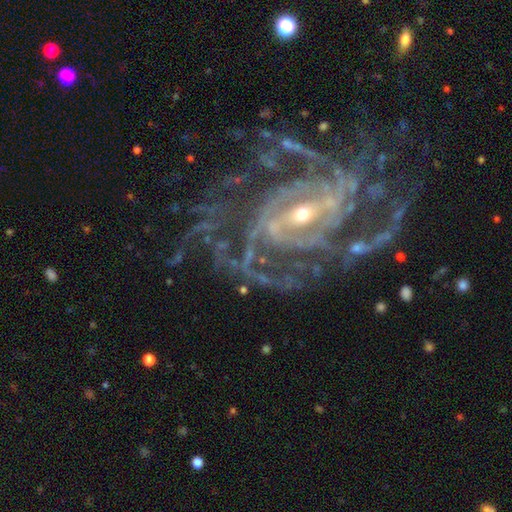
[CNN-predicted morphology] Smooth or featured: featured or disk — 91% (star or artifact — 6%)
Edge-on disk: no — 97% (yes — 3%)
Bar: weak — 42% (strong — 37%)
Spiral arms: yes — 98% (no — 2%)
Spiral winding: tight — 60% (medium — 33%)
Spiral arm count: can't tell — 22% (4 — 21%)
Bulge size: small — 65% (moderate — 31%)
Merging: none — 70% (minor disturbance — 15%)